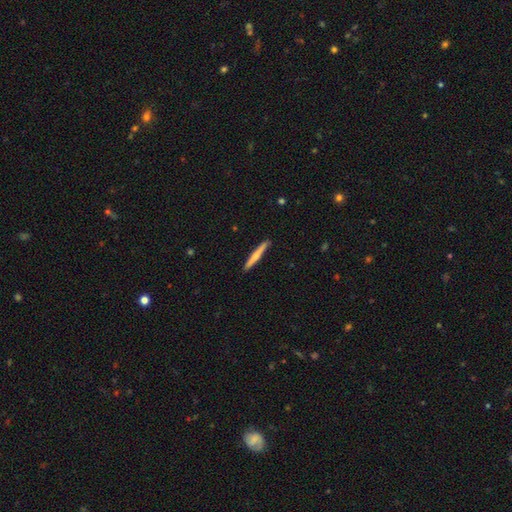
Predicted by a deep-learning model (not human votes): Q: Smooth or featured?
A: smooth (52%); runner-up: featured or disk (43%)
Q: How rounded?
A: cigar-shaped (96%); runner-up: in between (3%)
Q: Merging?
A: none (91%); runner-up: minor disturbance (7%)